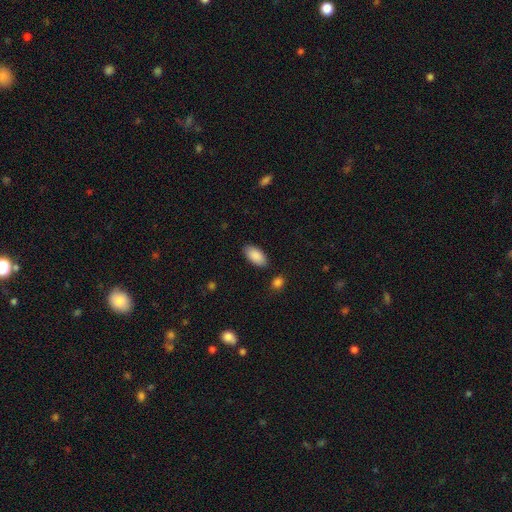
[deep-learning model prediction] A smooth galaxy with no disk features (89%) that is in between round and cigar-shaped (94%).

Vote fractions:
- Smooth or featured? smooth: 89% / star or artifact: 6% / featured or disk: 5%
- How rounded? in between: 94% / cigar-shaped: 4% / round: 2%
- Merging? none: 85% / minor disturbance: 10% / major disturbance: 3% / merger: 3%